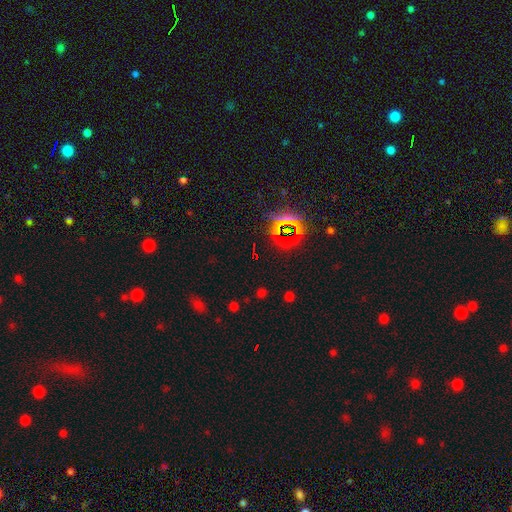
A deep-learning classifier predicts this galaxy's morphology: Q: Smooth or featured?
A: star or artifact (74%); runner-up: smooth (18%)